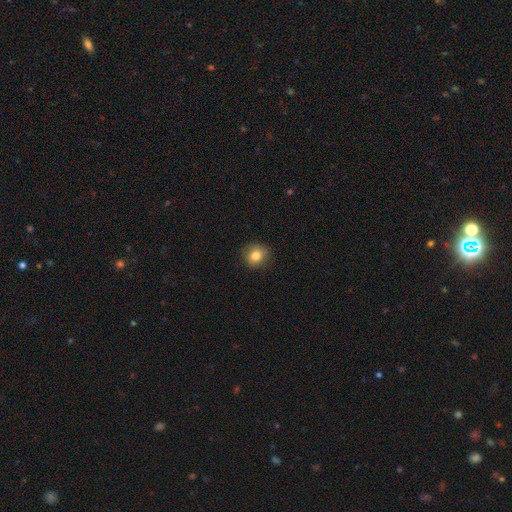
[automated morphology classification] type=smooth (81%); roundness=round (83%); merging=none (85%).